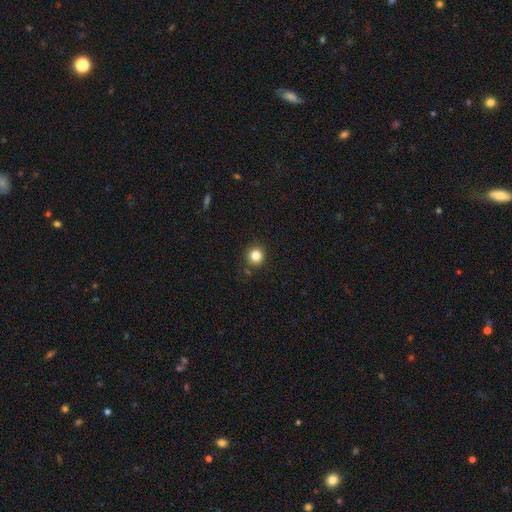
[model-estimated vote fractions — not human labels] Q: Smooth or featured?
A: smooth (83%); runner-up: star or artifact (12%)
Q: How rounded?
A: round (93%); runner-up: in between (6%)
Q: Merging?
A: none (89%); runner-up: minor disturbance (7%)